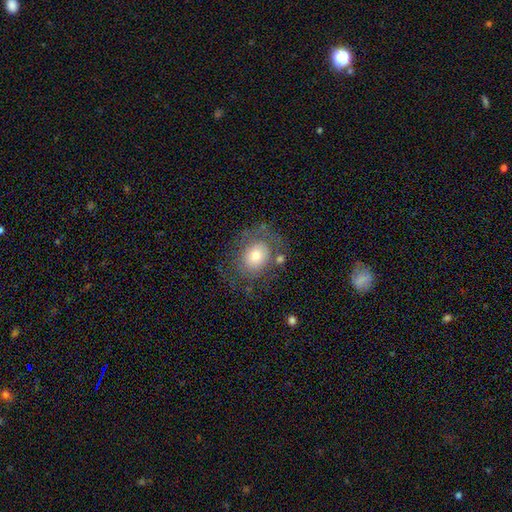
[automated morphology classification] This appears to be a smooth galaxy with no disk features (57%) that is round (54%). Merging: none (62%).